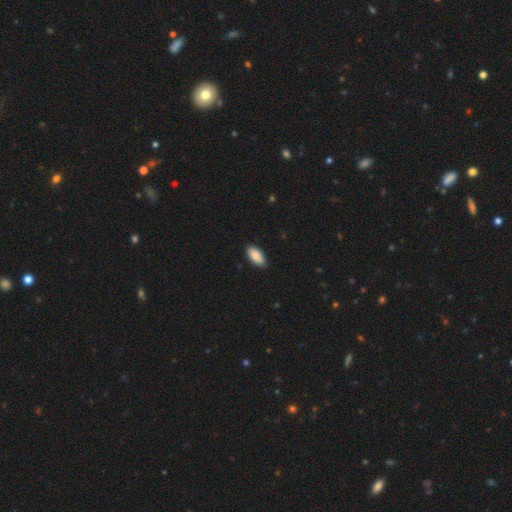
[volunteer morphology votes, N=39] Overall: smooth (95%). How rounded: in between (97%). Merging: none (90%).